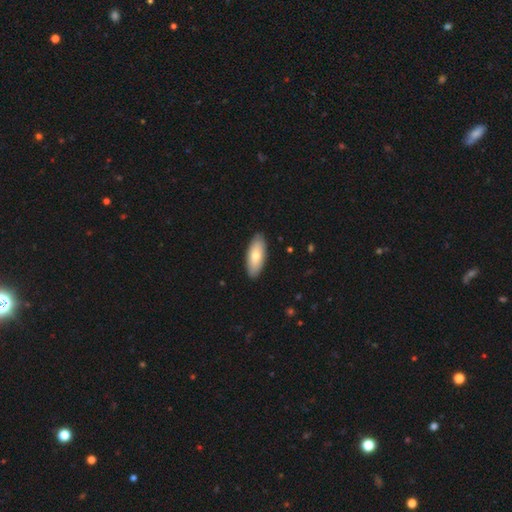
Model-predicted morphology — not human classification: type=smooth (73%); roundness=in between (81%); merging=none (90%).